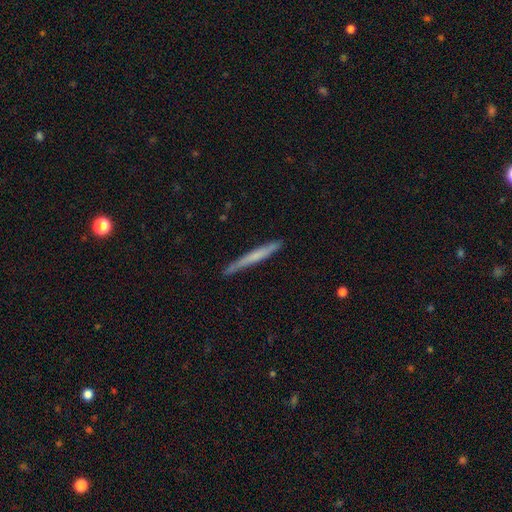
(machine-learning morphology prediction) A smooth galaxy with no disk features (53%) that is cigar-shaped (97%). Merging: none (86%).